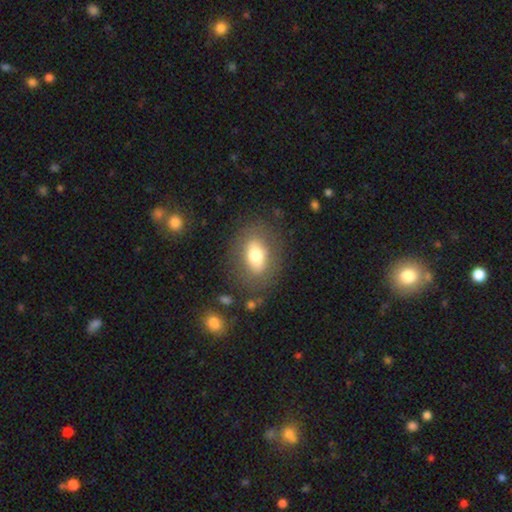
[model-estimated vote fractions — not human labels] The model was most divided on "smooth or featured": smooth: 64%, featured or disk: 27%, star or artifact: 9%. More confident: merging — none (79%); how rounded — in between (75%).